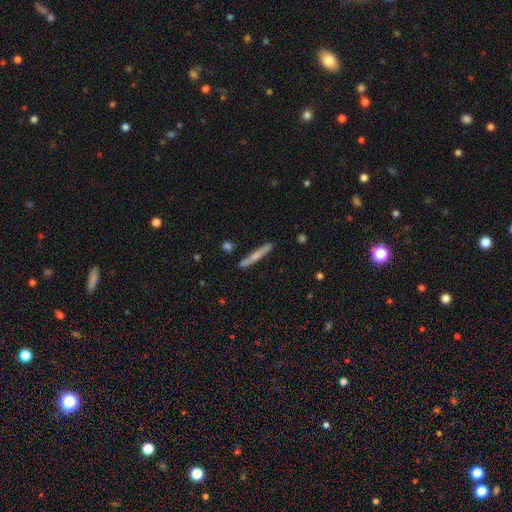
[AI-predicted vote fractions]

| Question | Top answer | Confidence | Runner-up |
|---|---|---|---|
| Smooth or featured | smooth | 53% | featured or disk (41%) |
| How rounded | cigar-shaped | 95% | in between (3%) |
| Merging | none | 84% | minor disturbance (11%) |